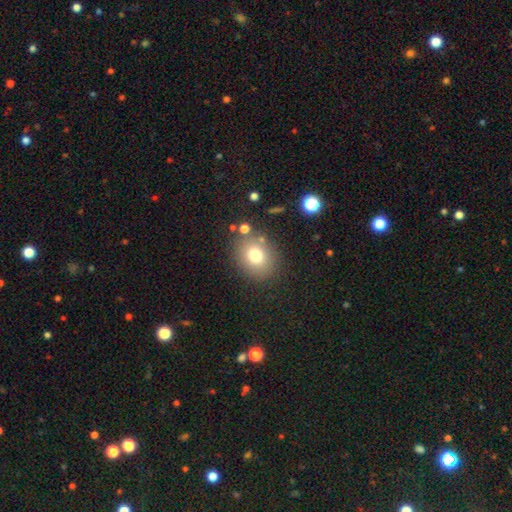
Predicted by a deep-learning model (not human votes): A smooth galaxy with no disk features (75%) that is round (69%).

Vote fractions:
- Smooth or featured? smooth: 75% / star or artifact: 14% / featured or disk: 12%
- How rounded? round: 69% / in between: 31% / cigar-shaped: 1%
- Merging? none: 81% / minor disturbance: 10% / merger: 5% / major disturbance: 4%